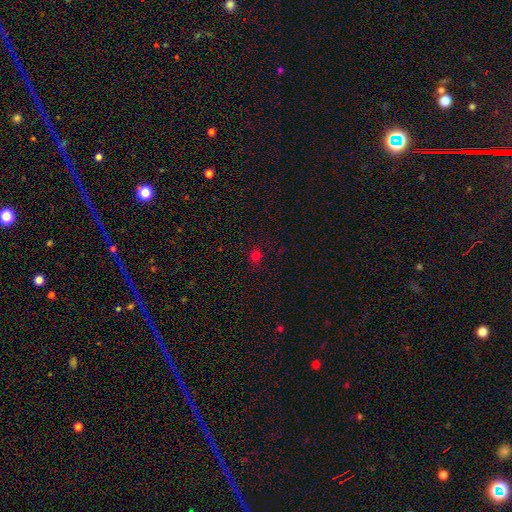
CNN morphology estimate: Smooth or featured? Predicted: smooth (p=0.72). How rounded? Predicted: round (p=0.83). Merging? Predicted: none (p=0.84).